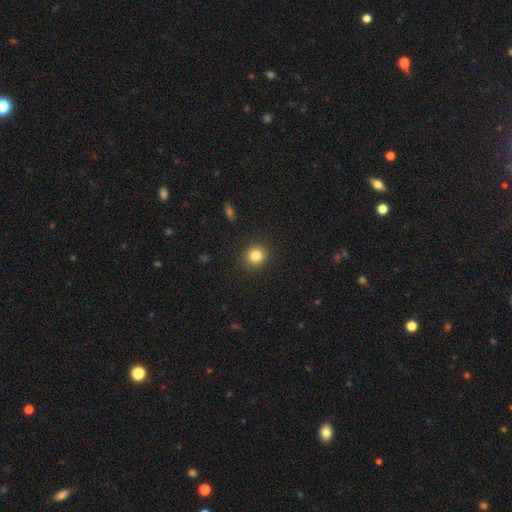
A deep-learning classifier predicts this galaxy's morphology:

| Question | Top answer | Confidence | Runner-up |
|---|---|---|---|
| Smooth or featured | smooth | 83% | star or artifact (11%) |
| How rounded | round | 82% | in between (17%) |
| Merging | none | 90% | minor disturbance (6%) |